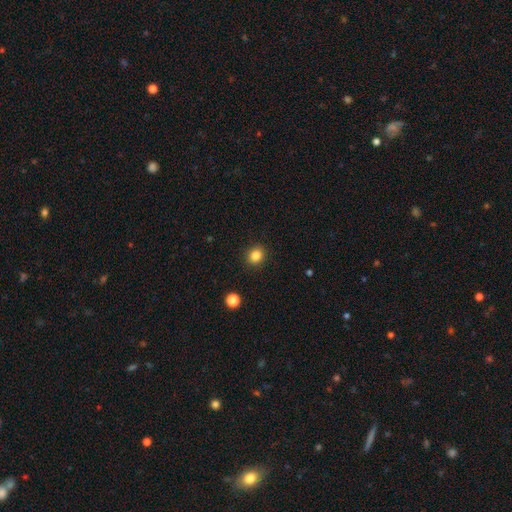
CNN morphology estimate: smooth-or-featured: smooth: 84% | star or artifact: 12% | featured or disk: 5%
  how-rounded: round: 75% | in between: 24% | cigar-shaped: 1%
  merging: none: 91% | minor disturbance: 6% | major disturbance: 2% | merger: 1%